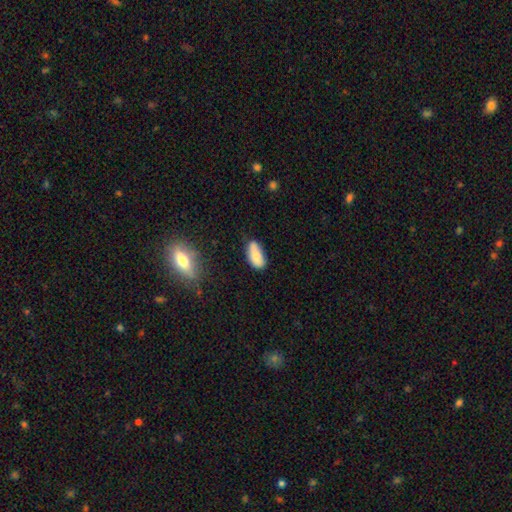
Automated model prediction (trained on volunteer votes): Smooth or featured?
  - smooth: 77% *
  - featured or disk: 15%
  - star or artifact: 8%
How rounded?
  - in between: 90% *
  - cigar-shaped: 7%
  - round: 3%
Merging?
  - none: 59% *
  - minor disturbance: 30%
  - major disturbance: 6%
  - merger: 6%